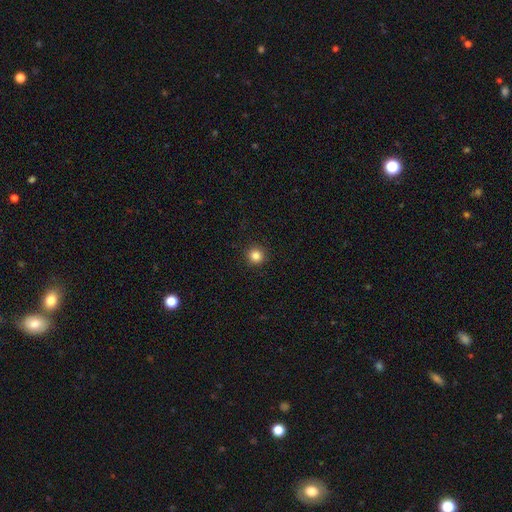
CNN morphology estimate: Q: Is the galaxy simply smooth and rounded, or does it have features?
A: smooth — 85%.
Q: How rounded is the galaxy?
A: round — 95%.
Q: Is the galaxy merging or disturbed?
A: none — 93%.